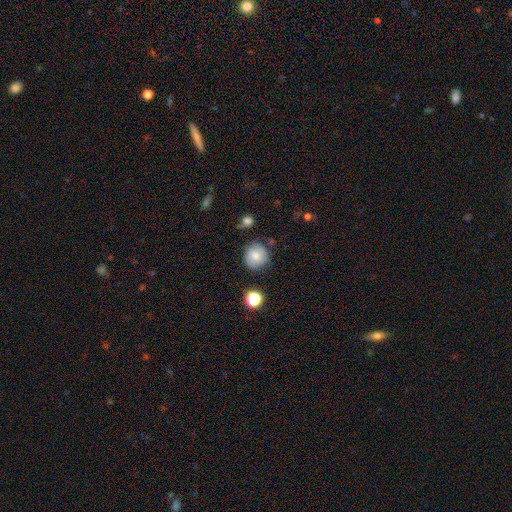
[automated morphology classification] This is likely a smooth galaxy (70%). How rounded: clearly round (88%). Merging: likely none (73%).